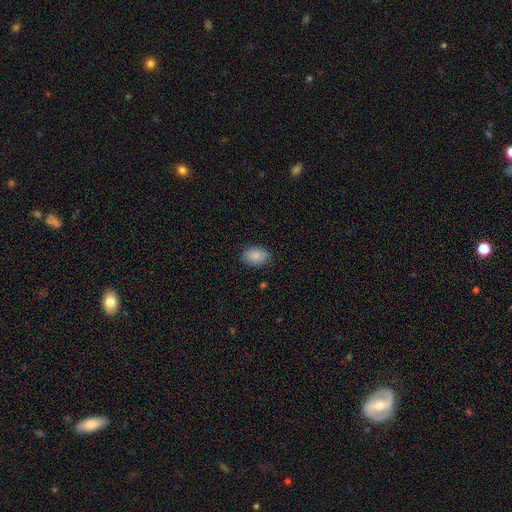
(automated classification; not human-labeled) This is clearly a smooth galaxy (86%). How rounded: clearly in between (82%). Merging: clearly none (85%).